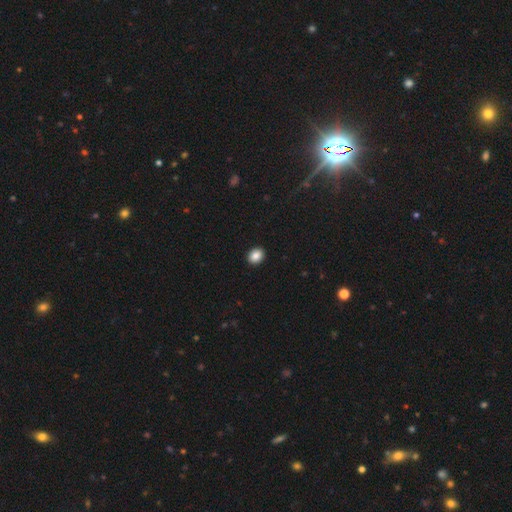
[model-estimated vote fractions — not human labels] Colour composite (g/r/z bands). It shows a smooth galaxy with no disk features (86%) that is round (56%). Merging: none (93%).